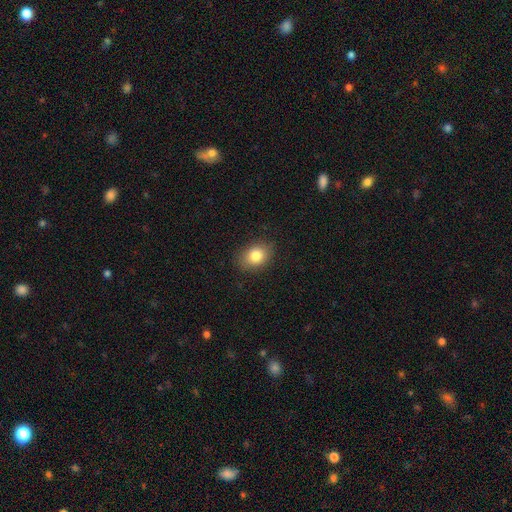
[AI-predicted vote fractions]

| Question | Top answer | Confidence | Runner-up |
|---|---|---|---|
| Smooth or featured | smooth | 83% | star or artifact (9%) |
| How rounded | in between | 64% | round (35%) |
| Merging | none | 85% | minor disturbance (11%) |